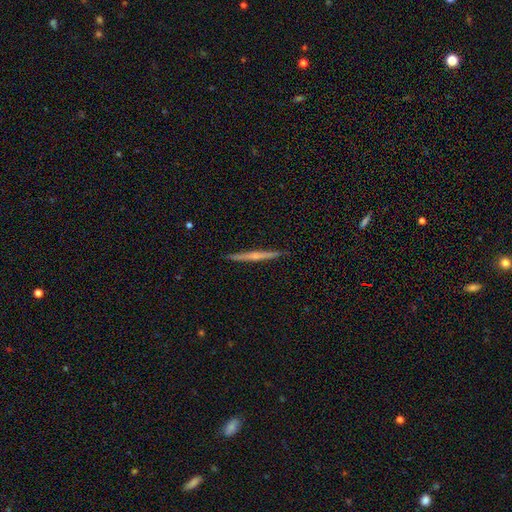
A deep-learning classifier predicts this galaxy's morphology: Overall: featured or disk (62%; smooth 32%). Edge-on disk: yes (98%). Edge-on bulge: none (46%, tied with rounded). Merging: none (92%).